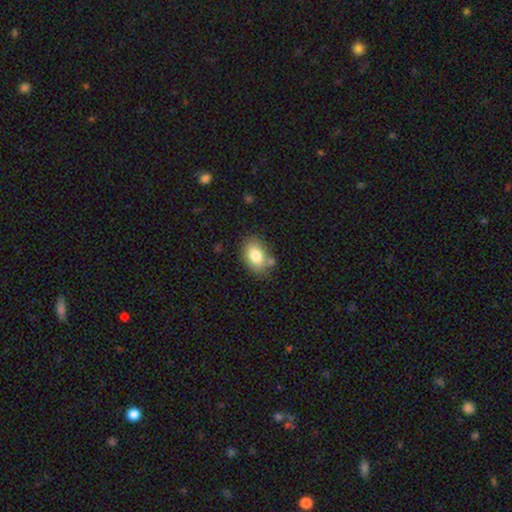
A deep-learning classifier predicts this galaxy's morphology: Smooth or featured? smooth (81%)
How rounded? in between (86%)
Merging? none (73%)